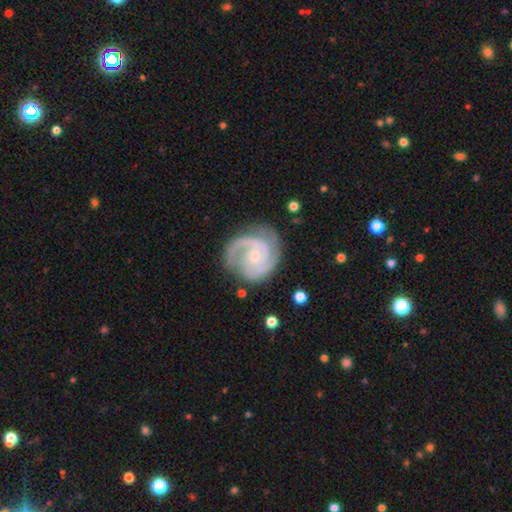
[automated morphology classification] A featured or disk galaxy (91%) with no bar (68%), 2 (57%) tight (55%) spiral arms (98%) and a small central bulge (70%).

Vote fractions:
- Smooth or featured? featured or disk: 91% / smooth: 5% / star or artifact: 4%
- Edge-on disk? no: 98% / yes: 2%
- Bar? no: 68% / weak: 26% / strong: 6%
- Spiral arms? yes: 98% / no: 2%
- Spiral winding? tight: 55% / medium: 39% / loose: 5%
- Spiral arm count? 2: 57% / 3: 29% / can't tell: 6% / 1: 3% / 4: 3% / more than 4: 3%
- Bulge size? small: 70% / moderate: 26% / none: 2% / large: 1% / dominant: 1%
- Merging? none: 76% / minor disturbance: 17% / major disturbance: 6% / merger: 2%